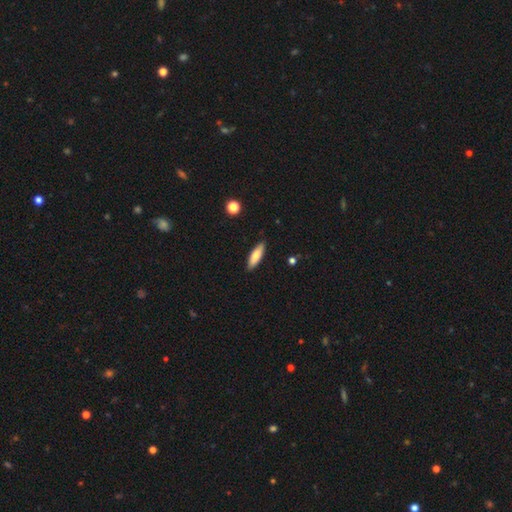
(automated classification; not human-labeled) This appears to be a smooth galaxy with no disk features (78%) that is cigar-shaped (55%). Merging: none (88%).